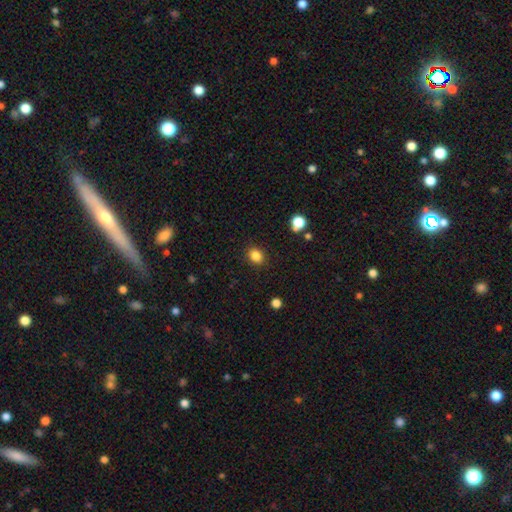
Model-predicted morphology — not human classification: This is clearly a smooth galaxy (85%). How rounded: possibly in between (53%). Merging: clearly none (88%).